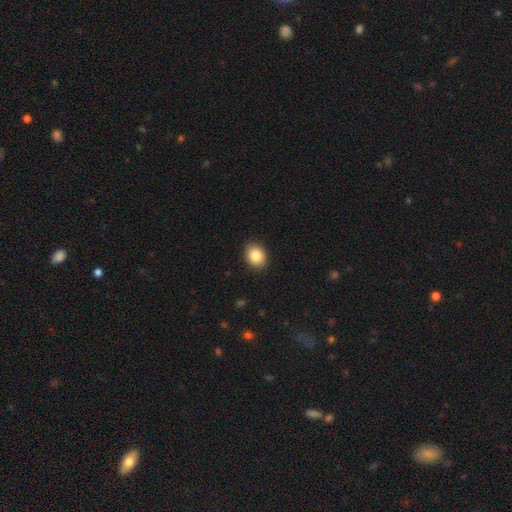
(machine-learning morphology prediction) This appears to be a smooth galaxy with no disk features (86%) that is round (50%). Merging: none (90%).